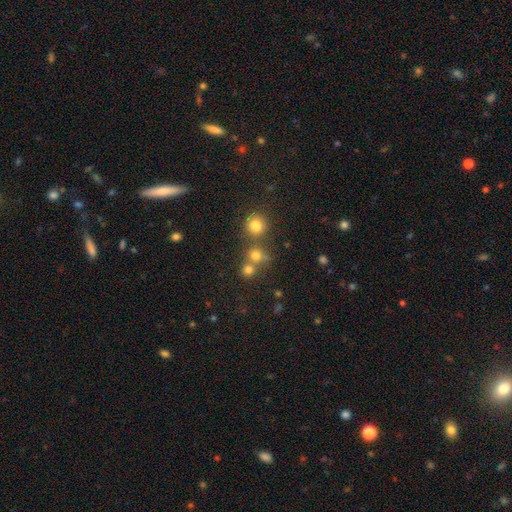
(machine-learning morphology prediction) Smooth or featured? smooth (73%)
How rounded? round (88%)
Merging? none (59%)